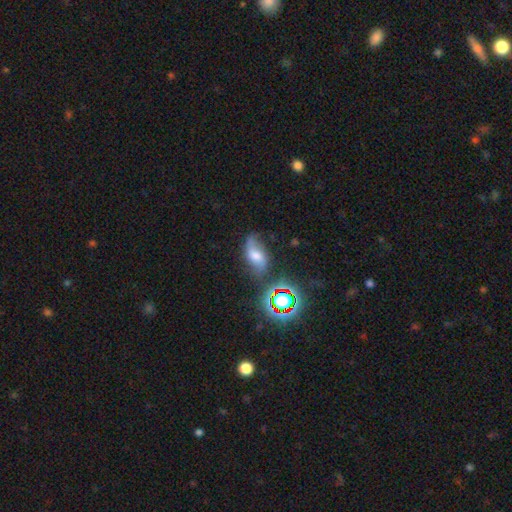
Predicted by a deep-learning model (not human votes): Smooth or featured? Predicted: featured or disk (p=0.48). Merging? Predicted: none (p=0.60).